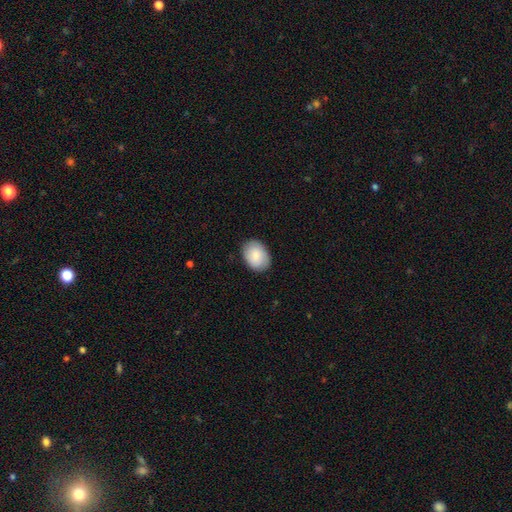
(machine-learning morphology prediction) smooth_or_featured: smooth (p=0.85) [alt: featured or disk p=0.09]
how_rounded: in between (p=0.73) [alt: round p=0.26]
merging: none (p=0.86) [alt: minor disturbance p=0.11]